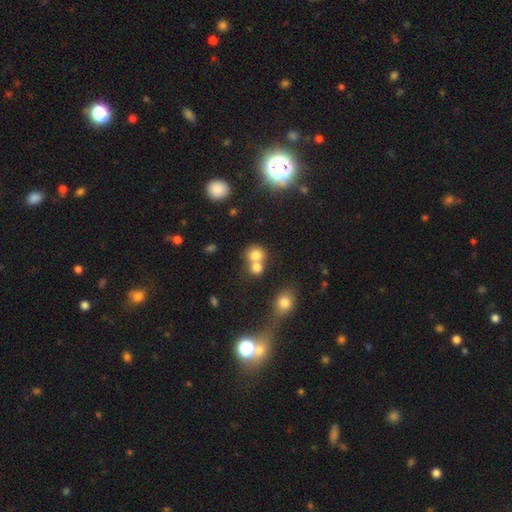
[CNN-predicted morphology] Overall: smooth (74%). How rounded: round (76%). Merging: merger (54%; none 36%).